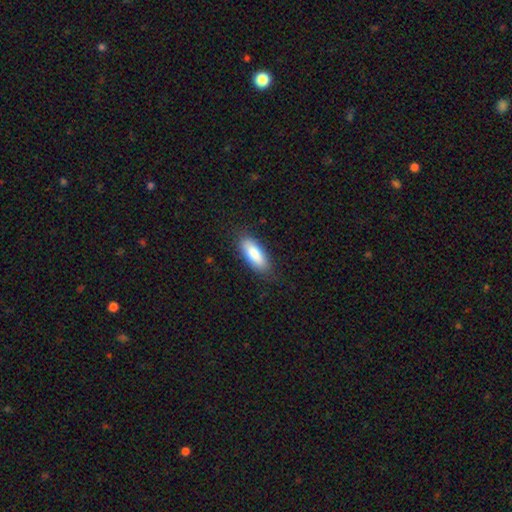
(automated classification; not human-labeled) Morphology: type=smooth (85%); roundness=in between (76%); merging=none (84%).